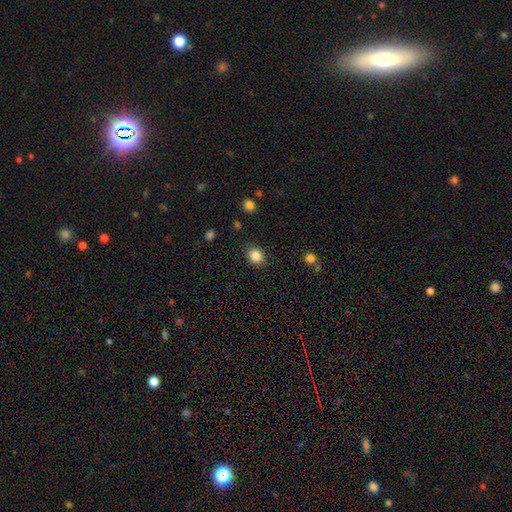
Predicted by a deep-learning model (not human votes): Smooth or featured: smooth — 86% (star or artifact — 10%)
How rounded: round — 57% (in between — 42%)
Merging: none — 86% (minor disturbance — 10%)